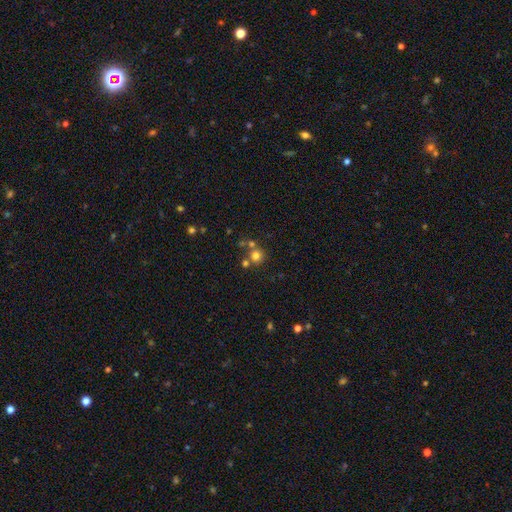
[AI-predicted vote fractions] smooth_or_featured: smooth (p=0.73) [alt: star or artifact p=0.17]
how_rounded: round (p=0.91) [alt: in between p=0.08]
merging: none (p=0.64) [alt: merger p=0.25]